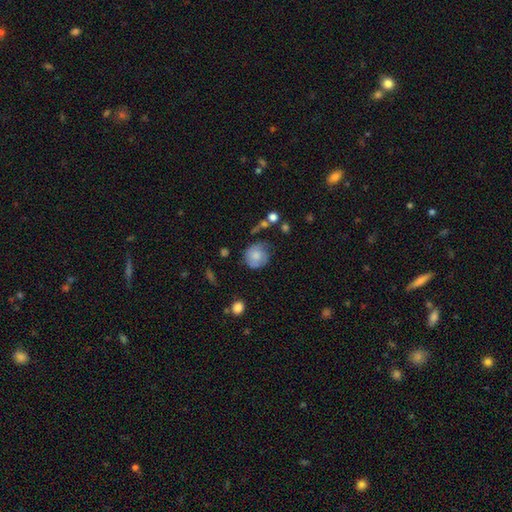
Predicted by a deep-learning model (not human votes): This is likely a smooth galaxy (68%). How rounded: clearly round (82%). Merging: possibly none (56%).